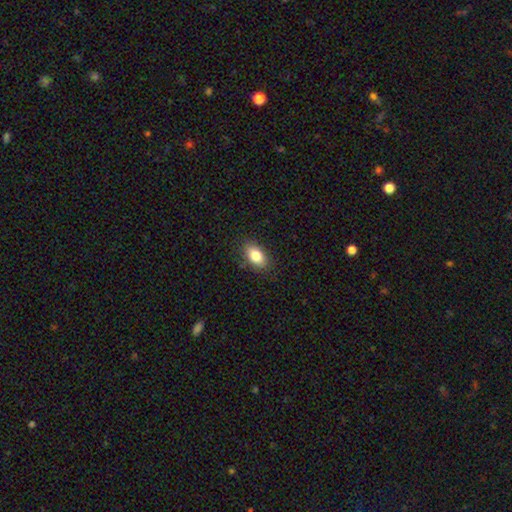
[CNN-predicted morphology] This is clearly a smooth galaxy (82%). How rounded: clearly in between (89%). Merging: clearly none (85%).